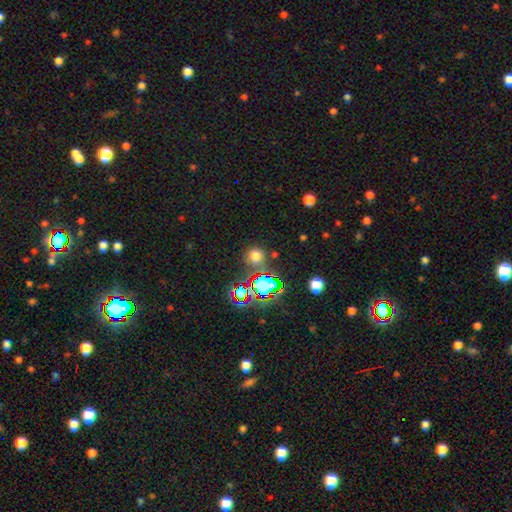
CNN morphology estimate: Smooth or featured: smooth — 60% (star or artifact — 33%)
How rounded: round — 88% (in between — 11%)
Merging: none — 76% (minor disturbance — 11%)